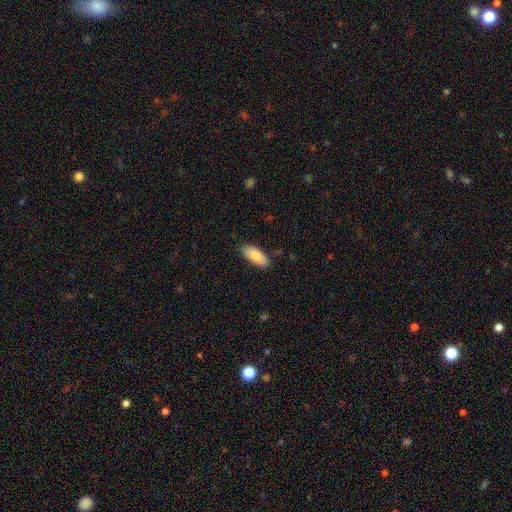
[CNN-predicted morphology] smooth-or-featured: smooth: 86% | featured or disk: 8% | star or artifact: 6%
  how-rounded: in between: 87% | cigar-shaped: 12% | round: 2%
  merging: none: 86% | minor disturbance: 11% | major disturbance: 2% | merger: 1%